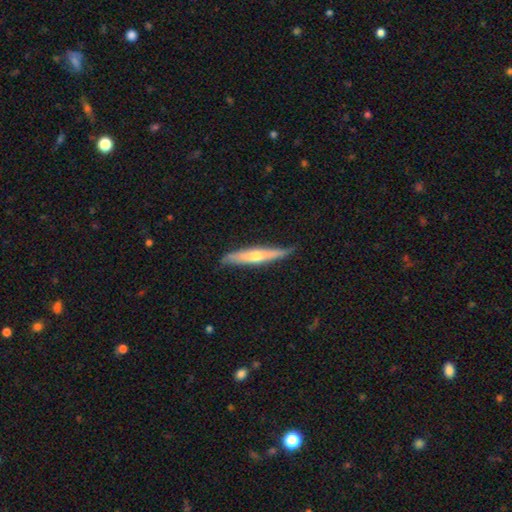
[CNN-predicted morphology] Smooth or featured: featured or disk — 56% (smooth — 38%)
Edge-on disk: yes — 92% (no — 8%)
Edge-on bulge: rounded — 82% (none — 14%)
Merging: none — 81% (minor disturbance — 15%)